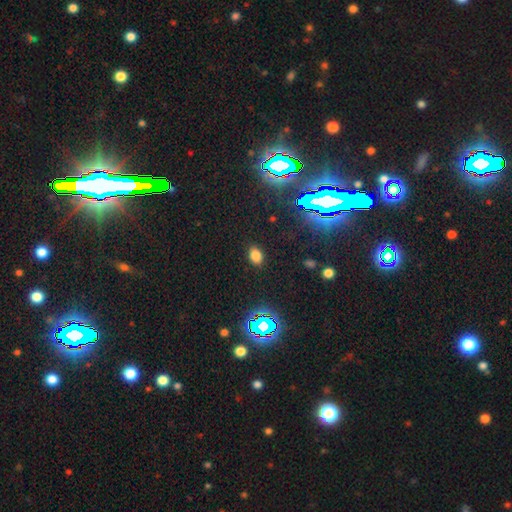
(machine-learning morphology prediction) Q: Smooth or featured?
A: smooth (75%); runner-up: star or artifact (19%)
Q: How rounded?
A: in between (75%); runner-up: round (24%)
Q: Merging?
A: none (88%); runner-up: minor disturbance (8%)